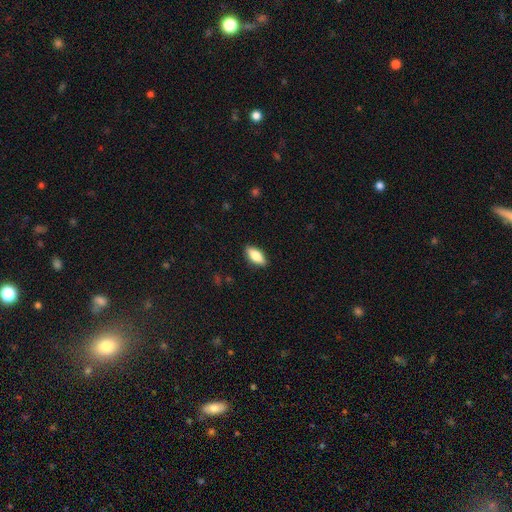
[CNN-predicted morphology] A smooth galaxy with no disk features (76%) that is in between round and cigar-shaped (82%).

Vote fractions:
- Smooth or featured? smooth: 76% / featured or disk: 17% / star or artifact: 6%
- How rounded? in between: 82% / cigar-shaped: 15% / round: 3%
- Merging? none: 88% / minor disturbance: 9% / major disturbance: 2% / merger: 1%